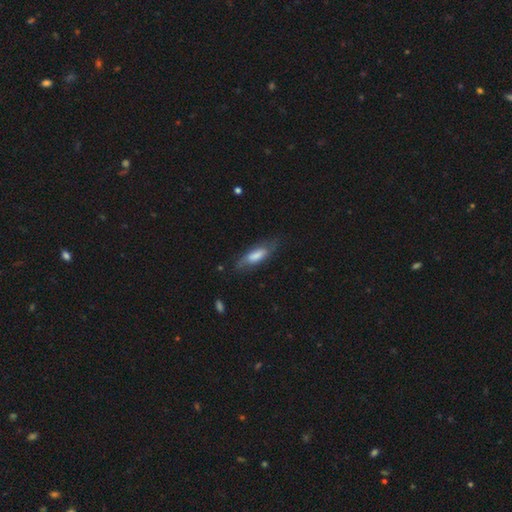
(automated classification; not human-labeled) This is possibly a smooth galaxy (57%). How rounded: possibly in between (55%). Merging: likely none (70%).